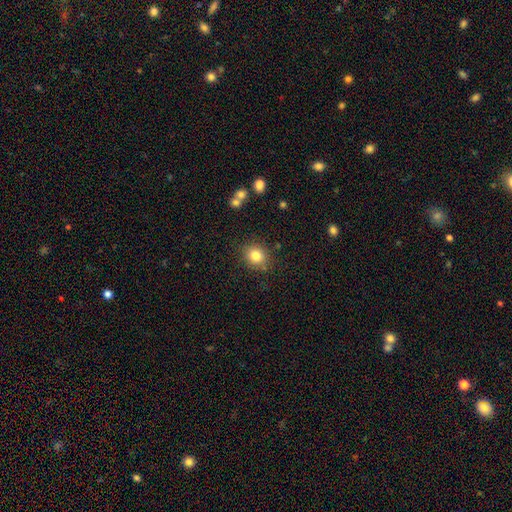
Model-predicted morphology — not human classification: This is clearly a smooth galaxy (82%). How rounded: likely round (76%). Merging: clearly none (84%).